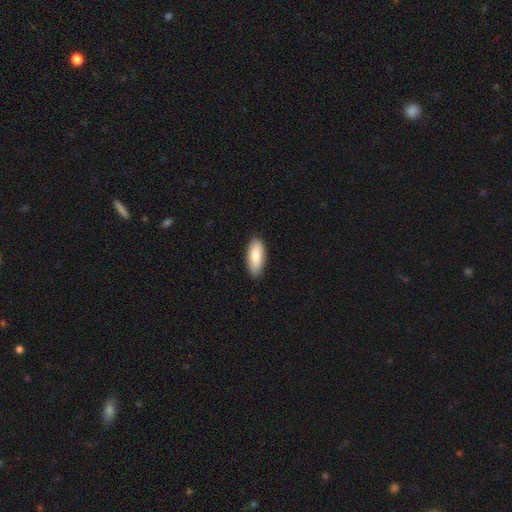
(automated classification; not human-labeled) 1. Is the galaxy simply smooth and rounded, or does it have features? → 83% smooth, 12% featured or disk, 5% star or artifact.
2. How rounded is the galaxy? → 76% in between, 22% cigar-shaped, 2% round.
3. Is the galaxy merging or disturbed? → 88% none, 9% minor disturbance, 2% major disturbance, 1% merger.